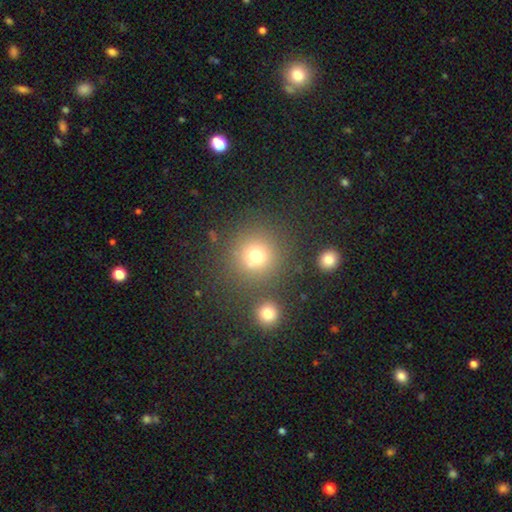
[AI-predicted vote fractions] Morphology: type=smooth (72%); roundness=round (92%); merging=none (78%).